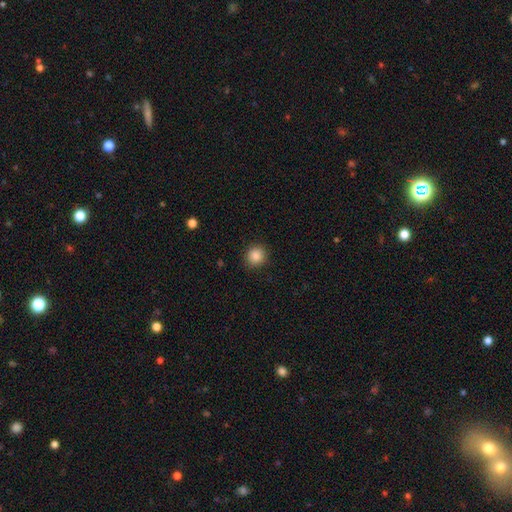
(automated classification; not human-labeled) smooth-or-featured: smooth: 86% | star or artifact: 10% | featured or disk: 4%
  how-rounded: round: 89% | in between: 10% | cigar-shaped: 1%
  merging: none: 90% | minor disturbance: 7% | major disturbance: 2% | merger: 1%